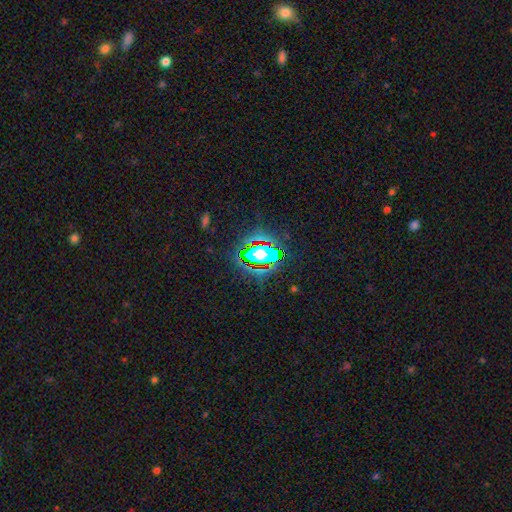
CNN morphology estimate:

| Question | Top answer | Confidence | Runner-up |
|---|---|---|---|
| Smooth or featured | star or artifact | 70% | smooth (17%) |